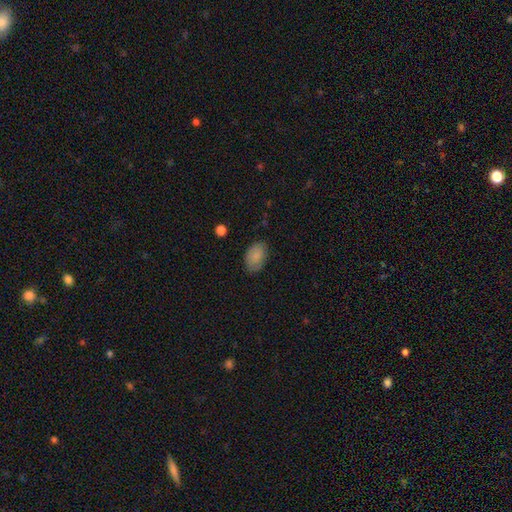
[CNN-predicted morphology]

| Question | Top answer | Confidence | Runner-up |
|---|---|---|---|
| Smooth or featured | smooth | 83% | featured or disk (9%) |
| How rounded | in between | 88% | round (11%) |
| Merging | none | 78% | minor disturbance (17%) |